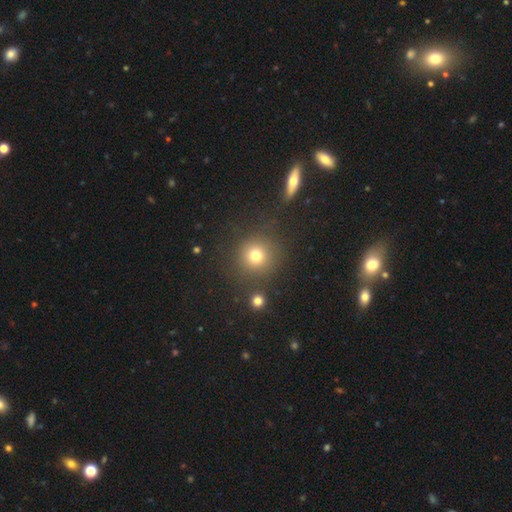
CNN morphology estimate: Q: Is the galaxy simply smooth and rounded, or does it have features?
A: smooth — 76%.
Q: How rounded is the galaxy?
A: round — 93%.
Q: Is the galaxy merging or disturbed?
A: none — 83%.